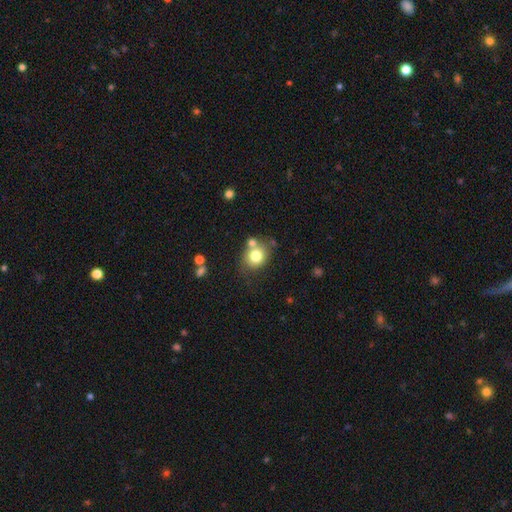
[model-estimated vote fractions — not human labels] smooth_or_featured: smooth (p=0.78) [alt: featured or disk p=0.12]
how_rounded: round (p=0.71) [alt: in between p=0.28]
merging: none (p=0.61) [alt: merger p=0.20]